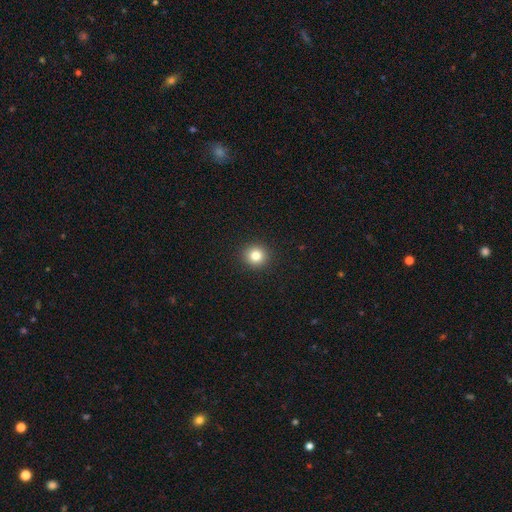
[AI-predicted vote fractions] Smooth or featured?
  - smooth: 81% *
  - star or artifact: 12%
  - featured or disk: 7%
How rounded?
  - round: 93% *
  - in between: 6%
  - cigar-shaped: 1%
Merging?
  - none: 93% *
  - minor disturbance: 5%
  - major disturbance: 2%
  - merger: 1%